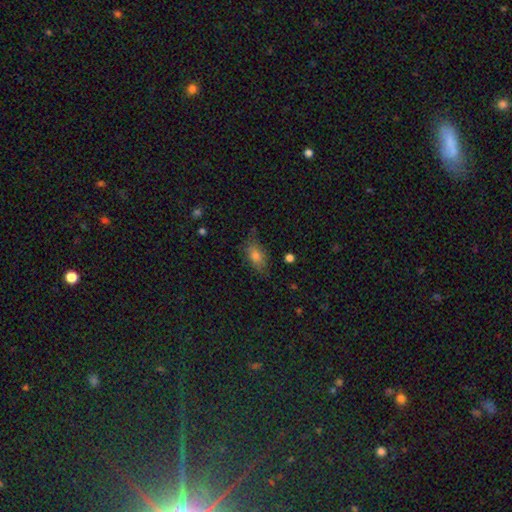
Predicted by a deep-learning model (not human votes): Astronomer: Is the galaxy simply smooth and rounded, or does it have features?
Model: smooth — 72%.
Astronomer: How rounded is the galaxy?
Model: in between — 83%.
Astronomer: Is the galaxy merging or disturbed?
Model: none — 70%.